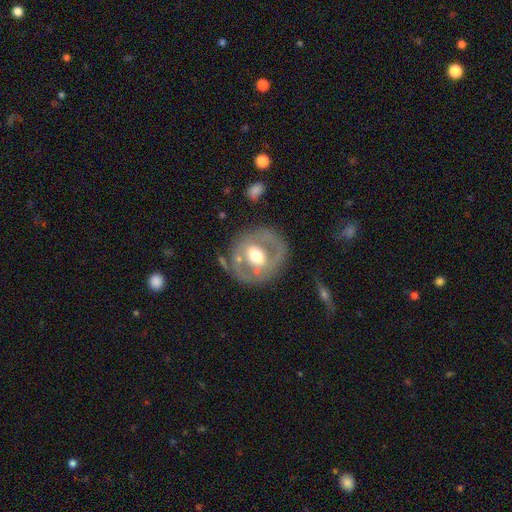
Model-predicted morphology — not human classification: A featured or disk galaxy (59%) with no bar (44%), no spiral arms (74%) and a moderate central bulge (68%). Merging: none (72%).